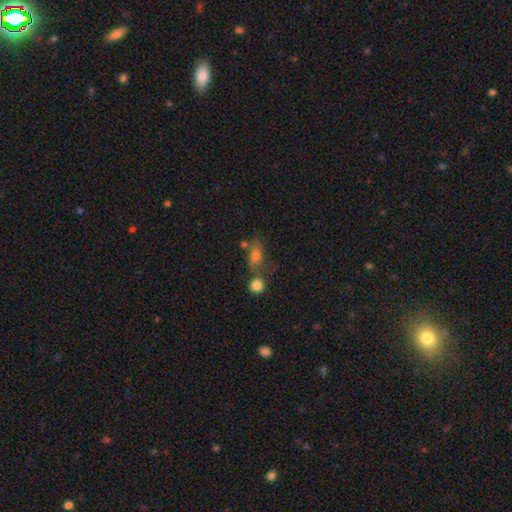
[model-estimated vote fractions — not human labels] Morphology: type=smooth (68%); roundness=in between (72%); merging=none (48%).